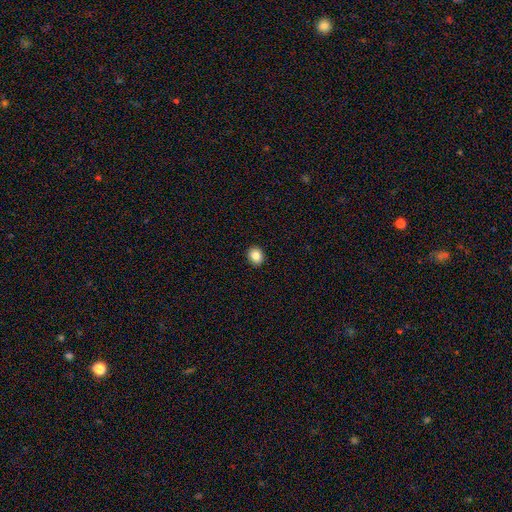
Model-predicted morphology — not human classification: Smooth or featured? Predicted: smooth (p=0.84). How rounded? Predicted: round (p=0.67). Merging? Predicted: none (p=0.92).